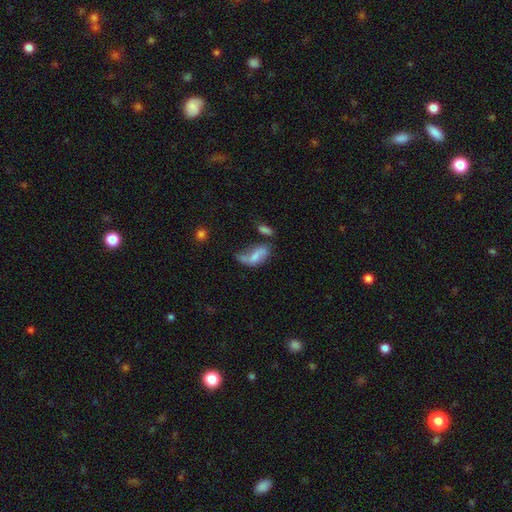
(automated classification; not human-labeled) smooth-or-featured: smooth: 51% | featured or disk: 39% | star or artifact: 10%
  how-rounded: in between: 83% | cigar-shaped: 12% | round: 5%
  merging: none: 29% | major disturbance: 25% | minor disturbance: 25% | merger: 22%